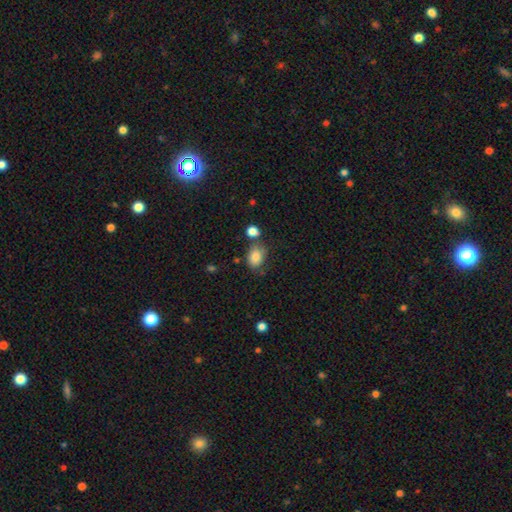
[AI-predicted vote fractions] Smooth or featured? smooth (83%)
How rounded? in between (76%)
Merging? none (62%)